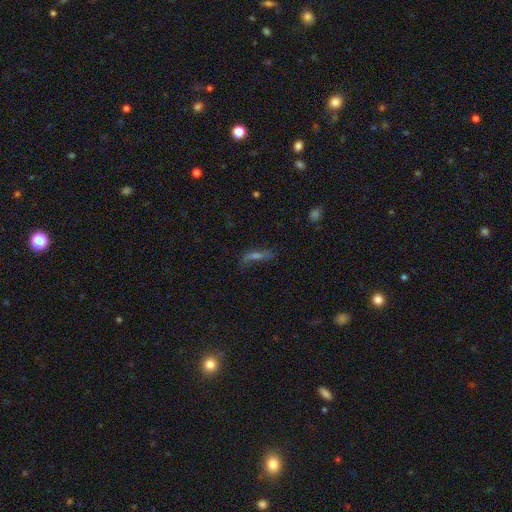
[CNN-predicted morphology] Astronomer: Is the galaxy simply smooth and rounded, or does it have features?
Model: smooth — 40% (runner-up: featured or disk, 39%).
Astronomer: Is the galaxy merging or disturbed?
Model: none — 58%.